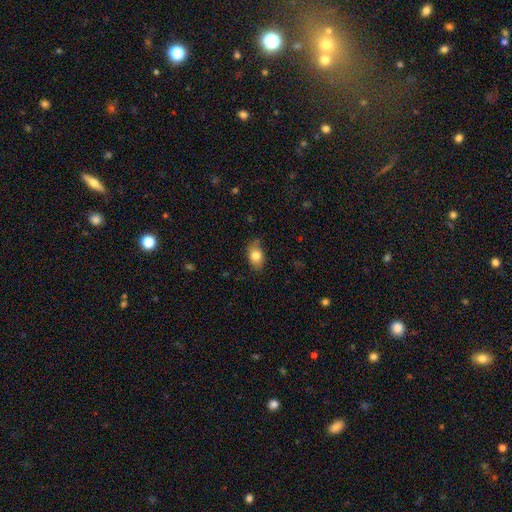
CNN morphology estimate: A smooth galaxy with no disk features (81%) that is in between round and cigar-shaped (84%).

Vote fractions:
- Smooth or featured? smooth: 81% / featured or disk: 11% / star or artifact: 8%
- How rounded? in between: 84% / round: 14% / cigar-shaped: 2%
- Merging? none: 74% / minor disturbance: 21% / major disturbance: 4% / merger: 1%